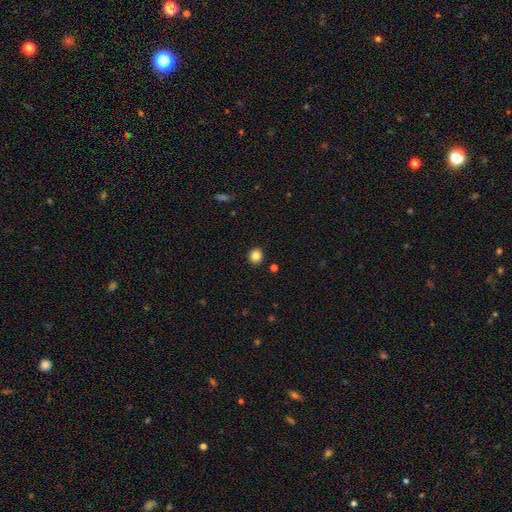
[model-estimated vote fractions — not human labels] A smooth galaxy with no disk features (84%) that is round (86%). Merging: none (91%).